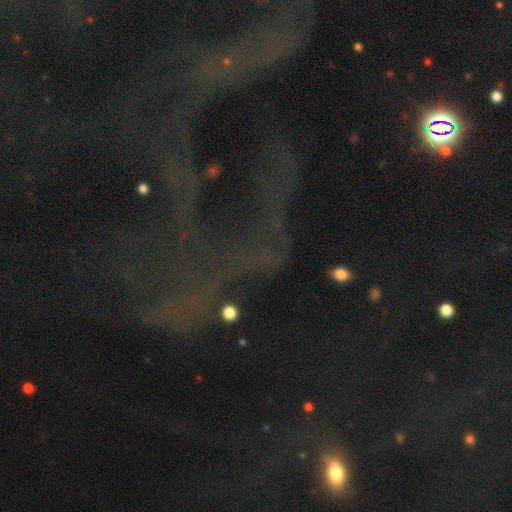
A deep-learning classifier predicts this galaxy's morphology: Smooth or featured? star or artifact (74%)